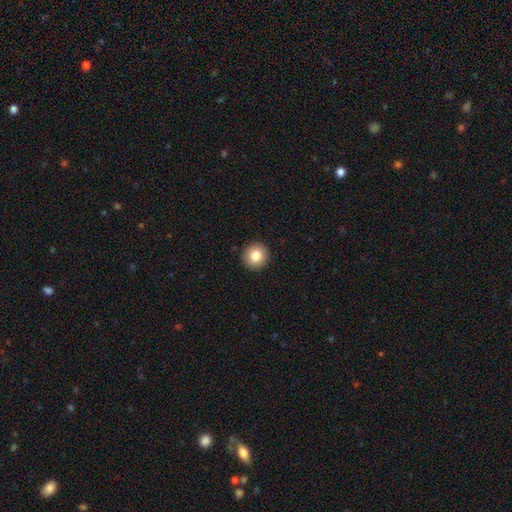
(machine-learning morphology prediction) Smooth or featured?
  - smooth: 82% *
  - star or artifact: 9%
  - featured or disk: 8%
How rounded?
  - round: 94% *
  - in between: 5%
  - cigar-shaped: 1%
Merging?
  - none: 93% *
  - minor disturbance: 5%
  - major disturbance: 1%
  - merger: 1%